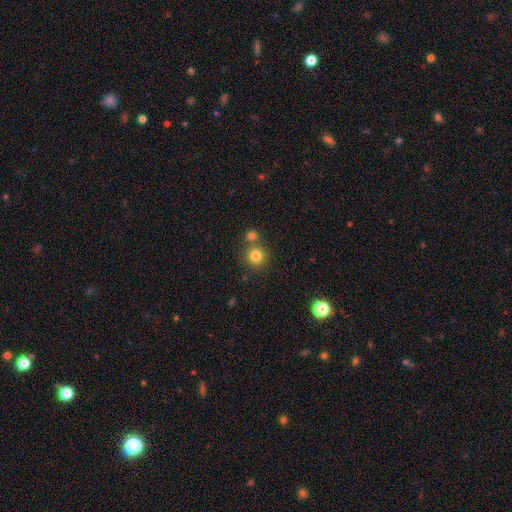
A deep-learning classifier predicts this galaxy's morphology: Smooth or featured? Predicted: smooth (p=0.81). How rounded? Predicted: round (p=0.92). Merging? Predicted: none (p=0.67).